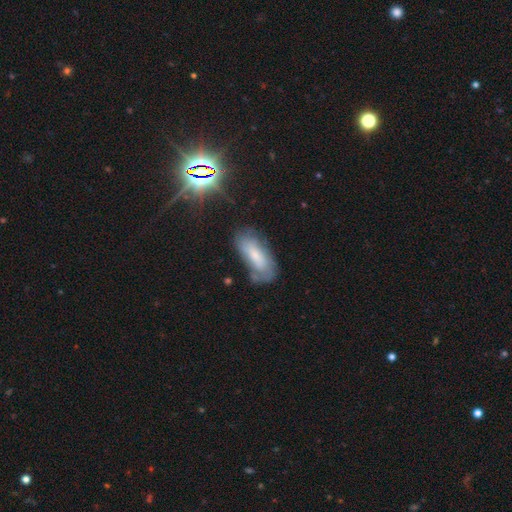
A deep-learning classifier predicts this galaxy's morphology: The model was most divided on "smooth or featured": smooth: 50%, featured or disk: 37%, star or artifact: 13%. More confident: how rounded — in between (81%); merging — none (56%).